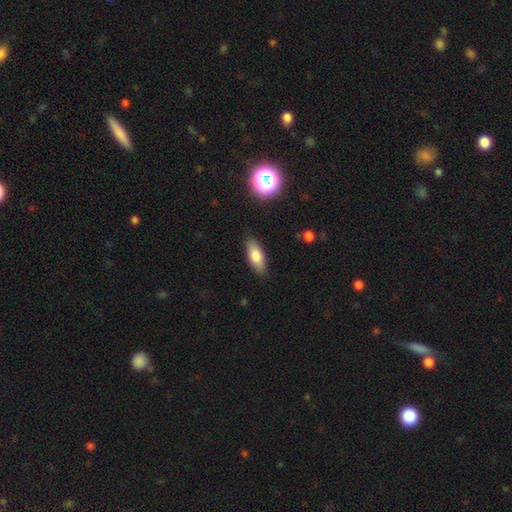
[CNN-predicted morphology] Smooth or featured: smooth — 77% (featured or disk — 16%)
How rounded: in between — 77% (cigar-shaped — 21%)
Merging: none — 86% (minor disturbance — 11%)